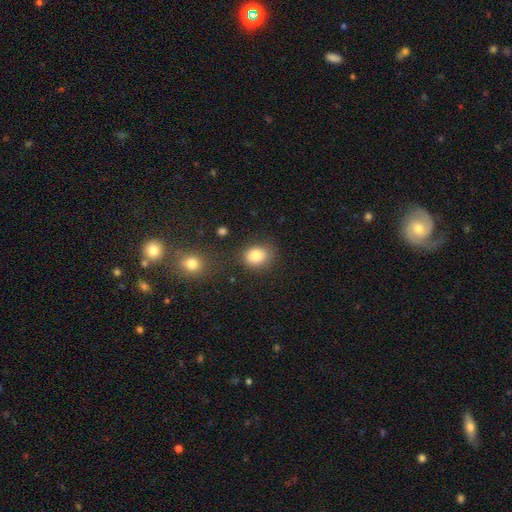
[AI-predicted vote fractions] This is clearly a smooth galaxy (83%). How rounded: possibly round (57%). Merging: likely none (76%).